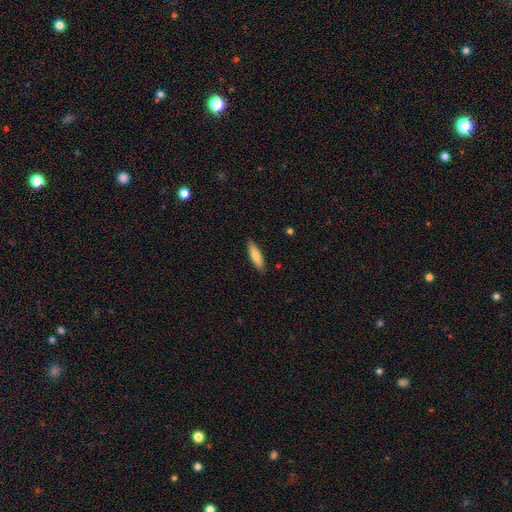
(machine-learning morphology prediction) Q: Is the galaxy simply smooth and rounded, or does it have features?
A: smooth — 81%.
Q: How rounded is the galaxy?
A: cigar-shaped — 65%.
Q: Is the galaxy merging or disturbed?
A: none — 88%.